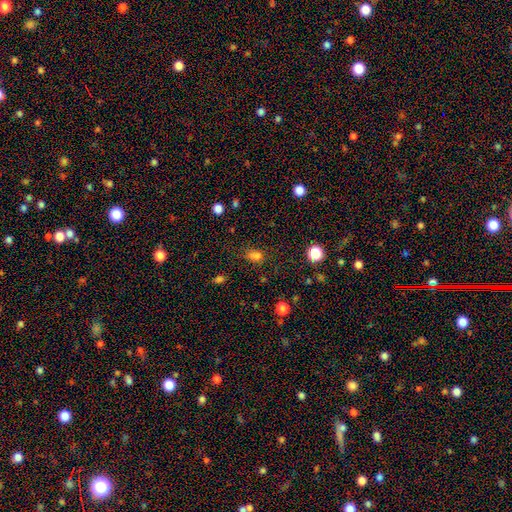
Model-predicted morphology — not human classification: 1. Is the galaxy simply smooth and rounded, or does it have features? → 75% smooth, 19% star or artifact, 6% featured or disk.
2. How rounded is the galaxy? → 73% in between, 22% round, 5% cigar-shaped.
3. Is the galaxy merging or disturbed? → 68% none, 20% minor disturbance, 8% major disturbance, 5% merger.